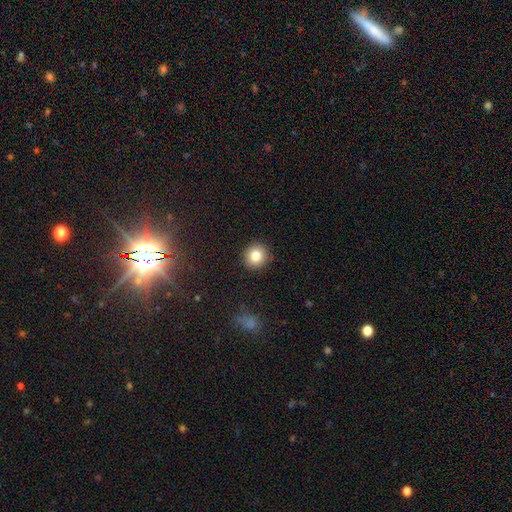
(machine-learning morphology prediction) Smooth or featured: smooth — 82% (star or artifact — 10%)
How rounded: round — 90% (in between — 10%)
Merging: none — 91% (minor disturbance — 6%)